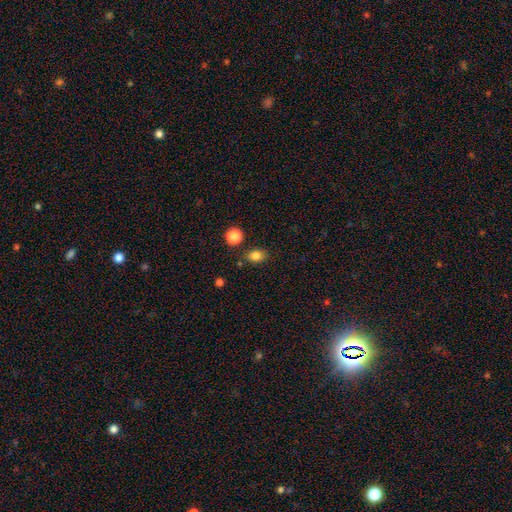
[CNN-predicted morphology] A smooth galaxy with no disk features (82%) that is in between round and cigar-shaped (66%).

Vote fractions:
- Smooth or featured? smooth: 82% / star or artifact: 11% / featured or disk: 6%
- How rounded? in between: 66% / round: 32% / cigar-shaped: 2%
- Merging? none: 79% / minor disturbance: 13% / merger: 6% / major disturbance: 3%